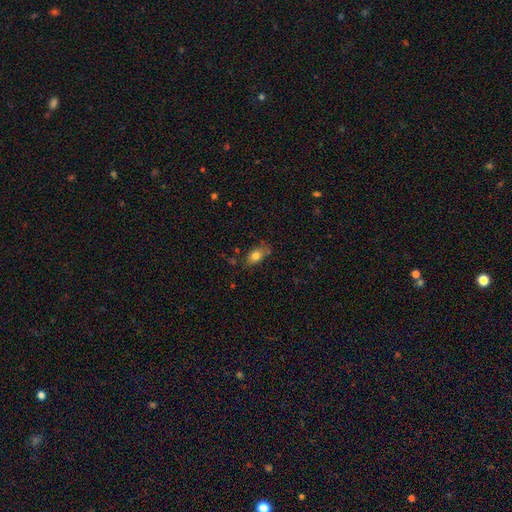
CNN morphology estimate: smooth_or_featured: smooth (p=0.79) [alt: featured or disk p=0.12]
how_rounded: in between (p=0.81) [alt: round p=0.13]
merging: none (p=0.65) [alt: minor disturbance p=0.25]